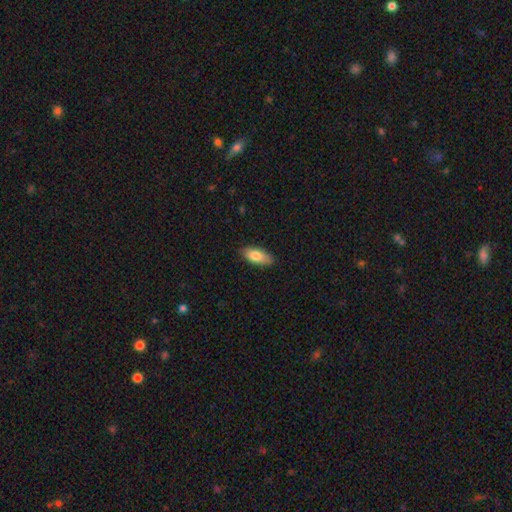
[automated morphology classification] This appears to be a smooth galaxy with no disk features (80%) that is in between round and cigar-shaped (80%). Merging: none (84%).